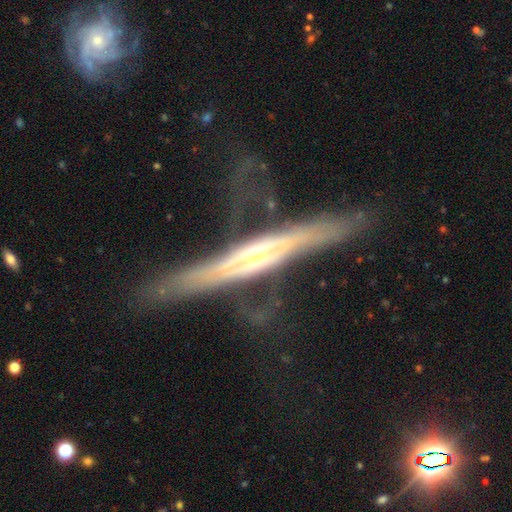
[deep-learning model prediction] A featured or disk galaxy (82%) viewed edge-on (74%) with a rounded central bulge (74%). Merging: none (49%).